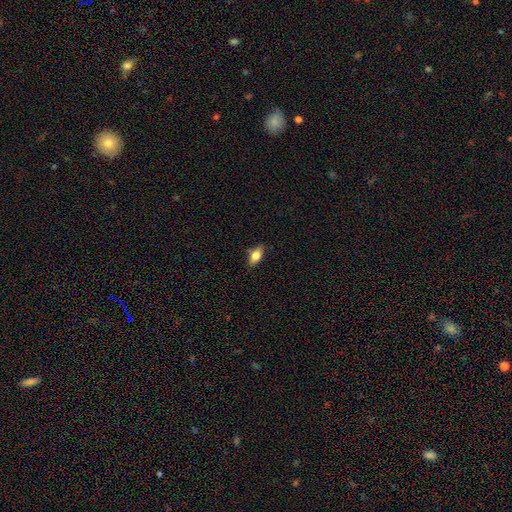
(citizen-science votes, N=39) smooth_or_featured: smooth (p=0.90) [alt: star or artifact p=0.08]
how_rounded: in between (p=0.74) [alt: cigar-shaped p=0.17]
merging: none (p=0.58) [alt: minor disturbance p=0.31]